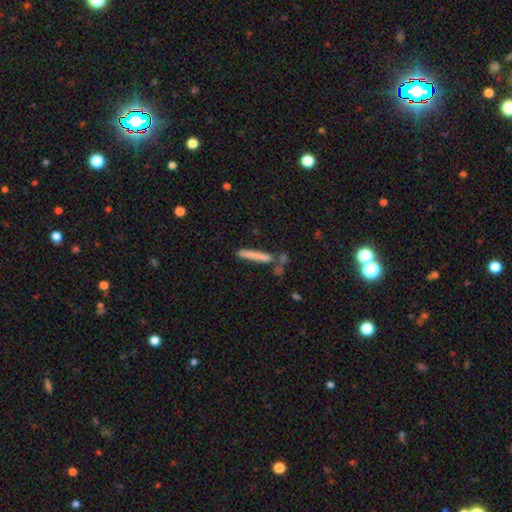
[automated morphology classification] Smooth or featured? smooth (70%)
How rounded? cigar-shaped (94%)
Merging? none (66%)